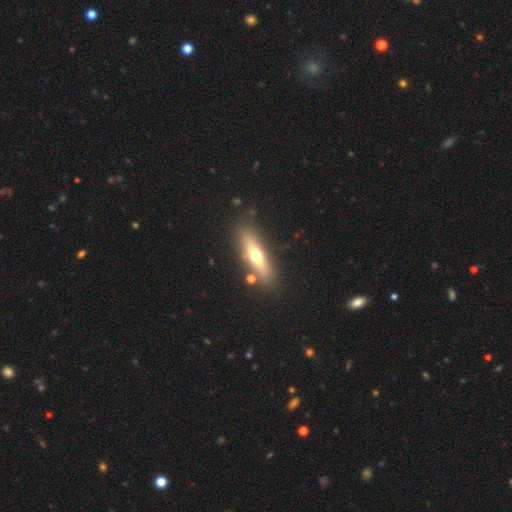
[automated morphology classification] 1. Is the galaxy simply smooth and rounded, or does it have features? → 49% smooth, 44% featured or disk, 7% star or artifact.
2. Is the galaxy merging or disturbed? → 81% none, 10% minor disturbance, 5% merger, 3% major disturbance.